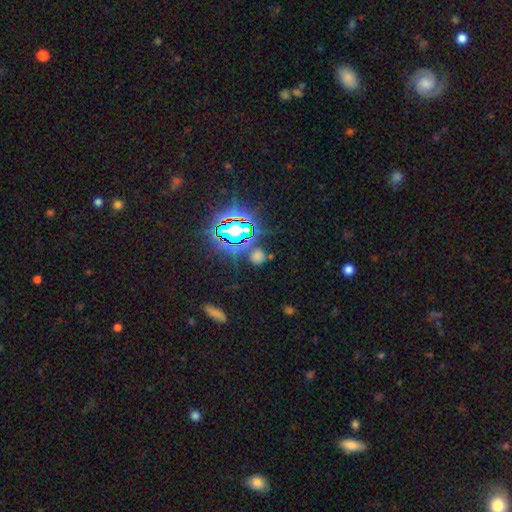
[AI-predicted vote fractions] Smooth or featured? star or artifact (57%)